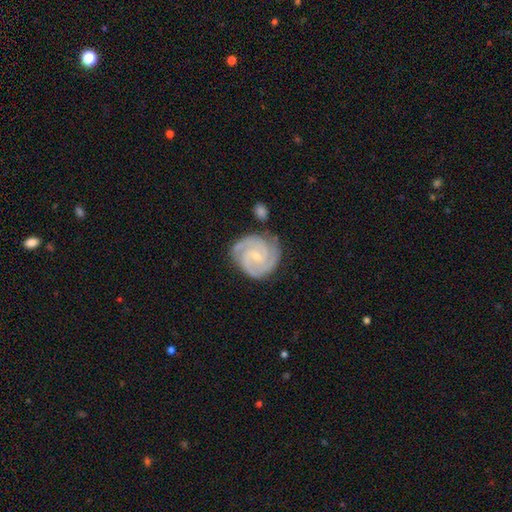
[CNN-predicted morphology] This appears to be a featured or disk galaxy (90%) with no bar (54%), 2 (43%) tight (71%) spiral arms (98%) and a small central bulge (75%). Merging: none (75%).